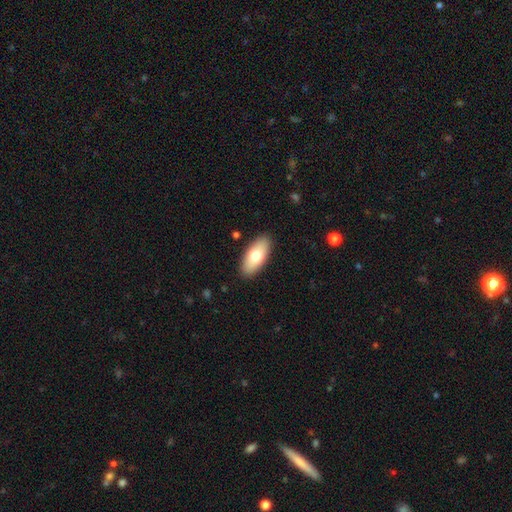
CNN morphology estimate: Smooth or featured: smooth — 72% (featured or disk — 23%)
How rounded: in between — 89% (cigar-shaped — 9%)
Merging: none — 89% (minor disturbance — 8%)